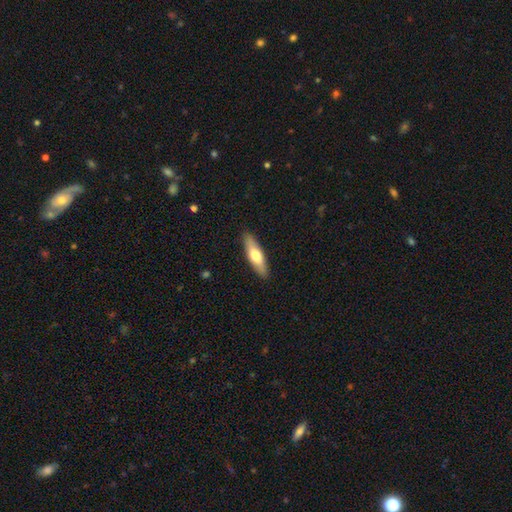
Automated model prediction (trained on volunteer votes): Overall: smooth (61%; featured or disk 34%). How rounded: cigar-shaped (60%; in between 38%). Merging: none (89%).